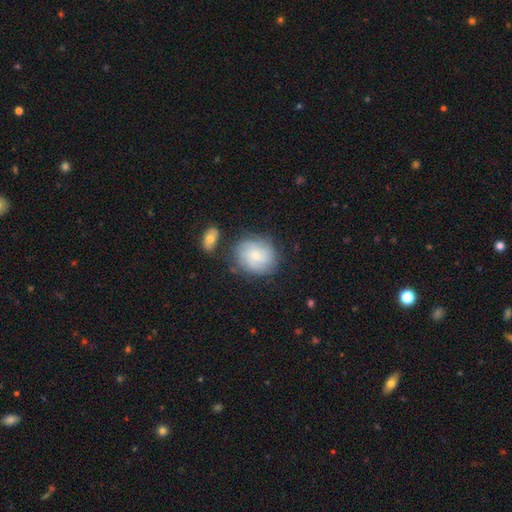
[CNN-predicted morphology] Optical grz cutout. It shows a smooth galaxy with no disk features (51%) that is round (68%). Merging: none (71%).